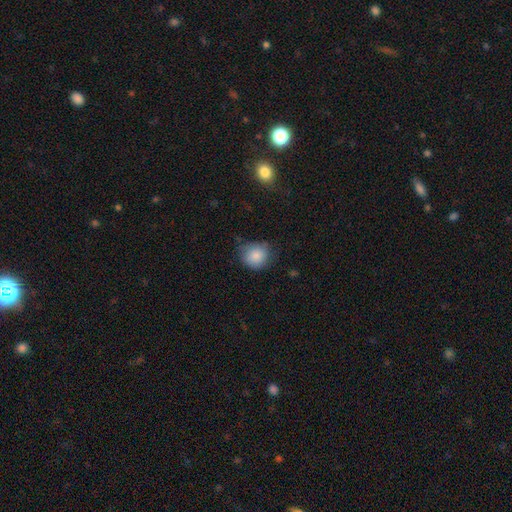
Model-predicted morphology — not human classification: The model was most divided on "merging": none: 63%, minor disturbance: 29%, major disturbance: 6%, merger: 2%. More confident: smooth or featured — smooth (86%); how rounded — round (81%).